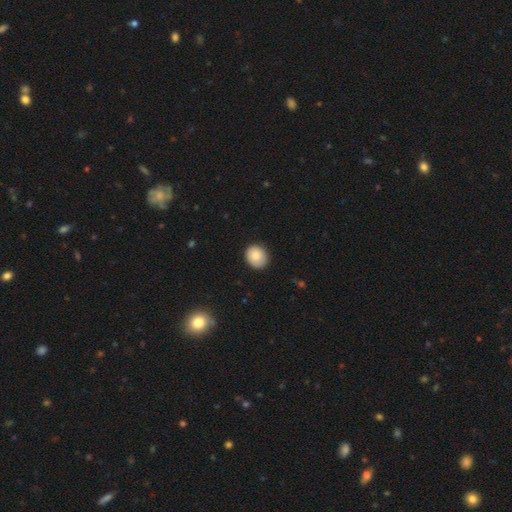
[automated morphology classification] Smooth or featured?
  - smooth: 87% *
  - star or artifact: 7%
  - featured or disk: 6%
How rounded?
  - round: 68% *
  - in between: 31%
  - cigar-shaped: 1%
Merging?
  - none: 86% *
  - minor disturbance: 11%
  - major disturbance: 2%
  - merger: 1%